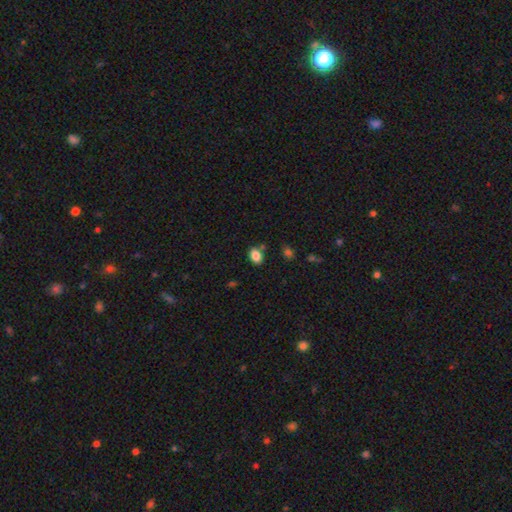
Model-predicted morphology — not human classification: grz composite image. It shows a smooth galaxy with no disk features (85%) that is in between round and cigar-shaped (77%). Merging: none (76%).